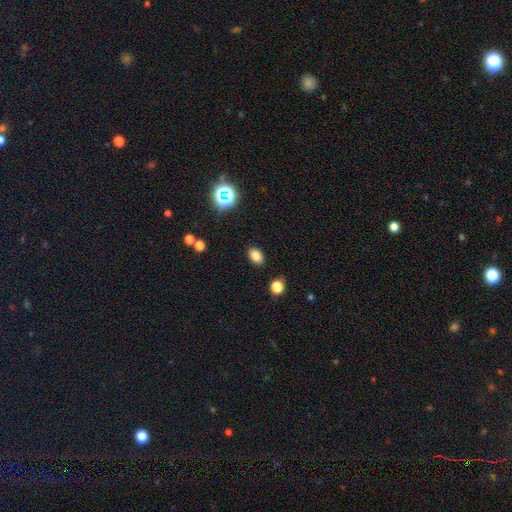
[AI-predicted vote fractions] Smooth or featured? smooth (83%)
How rounded? in between (86%)
Merging? none (88%)